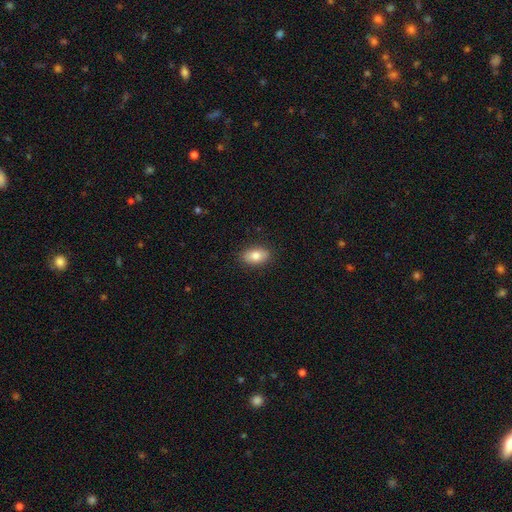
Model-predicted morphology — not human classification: A smooth galaxy with no disk features (81%) that is in between round and cigar-shaped (90%).

Vote fractions:
- Smooth or featured? smooth: 81% / featured or disk: 12% / star or artifact: 7%
- How rounded? in between: 90% / round: 7% / cigar-shaped: 3%
- Merging? none: 88% / minor disturbance: 9% / major disturbance: 2% / merger: 1%